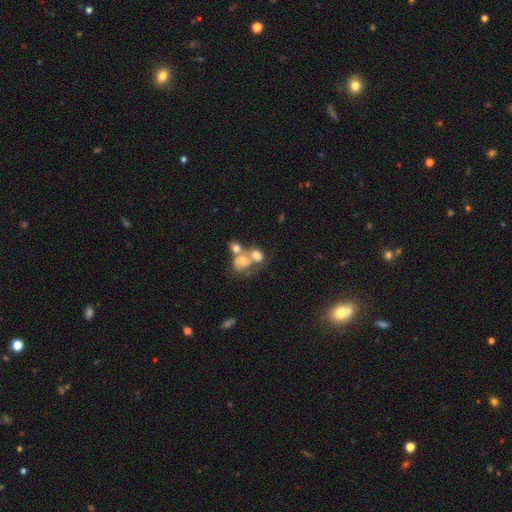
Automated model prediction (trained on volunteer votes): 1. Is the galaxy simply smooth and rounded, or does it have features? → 47% smooth, 31% featured or disk, 21% star or artifact.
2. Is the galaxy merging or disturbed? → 55% merger, 27% none, 10% major disturbance, 9% minor disturbance.